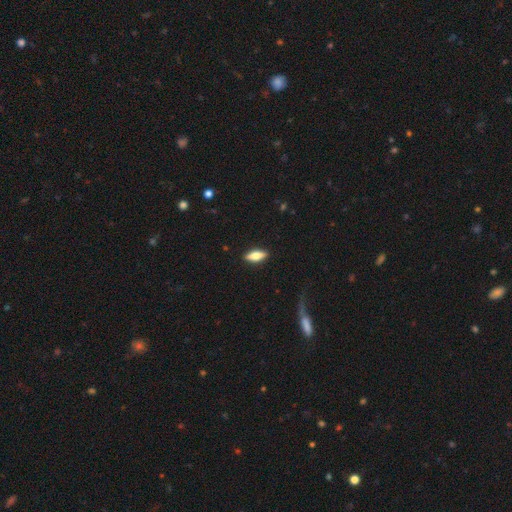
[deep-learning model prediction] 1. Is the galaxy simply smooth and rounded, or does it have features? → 65% smooth, 28% featured or disk, 6% star or artifact.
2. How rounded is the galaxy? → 71% in between, 27% cigar-shaped, 3% round.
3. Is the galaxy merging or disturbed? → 88% none, 9% minor disturbance, 2% major disturbance, 1% merger.